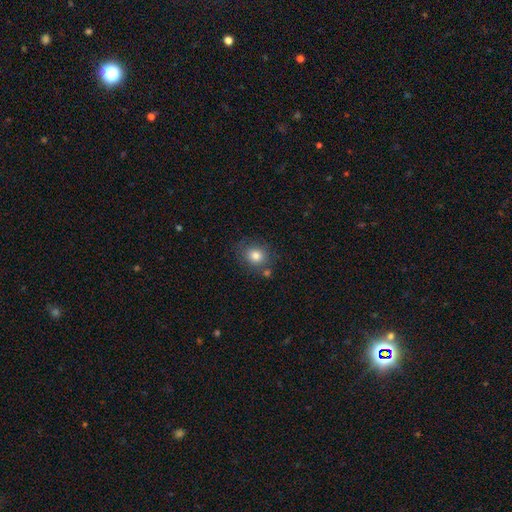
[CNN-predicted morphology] A smooth galaxy with no disk features (80%) that is round (70%). Merging: none (73%).